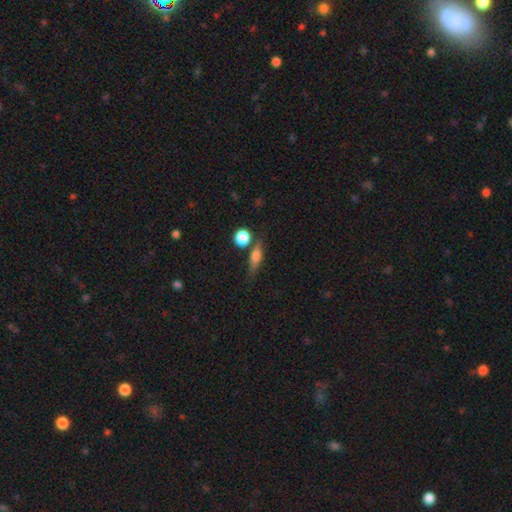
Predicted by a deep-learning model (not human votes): Q: Smooth or featured?
A: smooth (53%); runner-up: featured or disk (36%)
Q: How rounded?
A: cigar-shaped (47%); runner-up: in between (36%)
Q: Merging?
A: none (71%); runner-up: minor disturbance (15%)